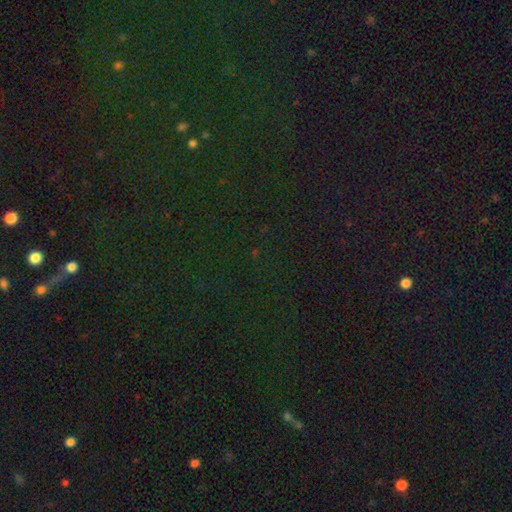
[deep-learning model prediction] Smooth or featured? star or artifact (82%)